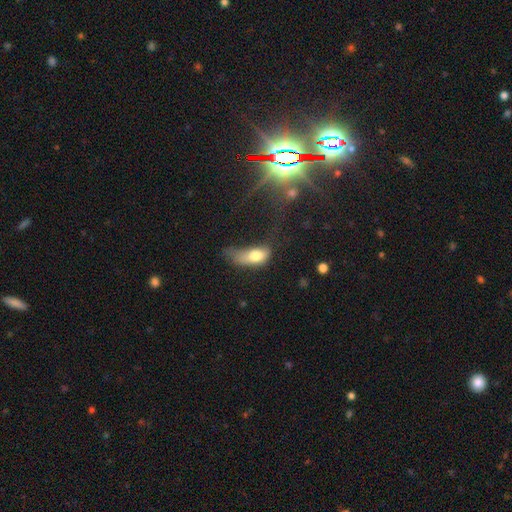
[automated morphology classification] Smooth or featured? smooth (72%)
How rounded? in between (82%)
Merging? major disturbance (48%)